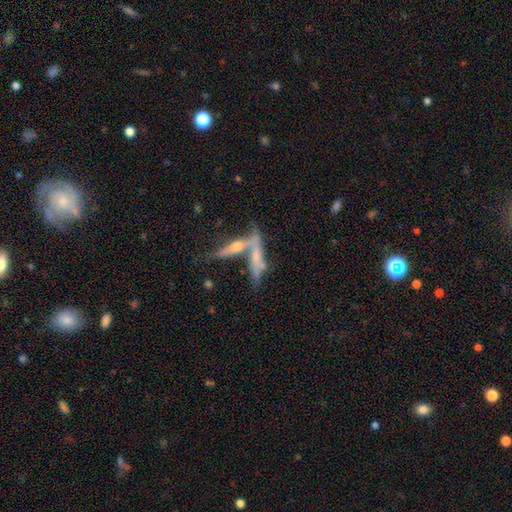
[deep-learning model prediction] smooth_or_featured: featured or disk (p=0.62) [alt: smooth p=0.27]
disk_edge_on: yes (p=0.83) [alt: no p=0.17]
edge_on_bulge: rounded (p=0.75) [alt: none p=0.18]
merging: merger (p=0.44) [alt: none p=0.40]